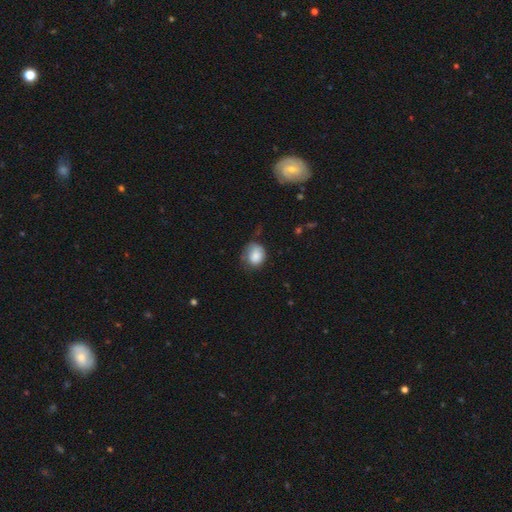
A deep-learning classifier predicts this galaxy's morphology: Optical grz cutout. It shows a smooth galaxy with no disk features (82%) that is round (58%). Merging: none (50%).